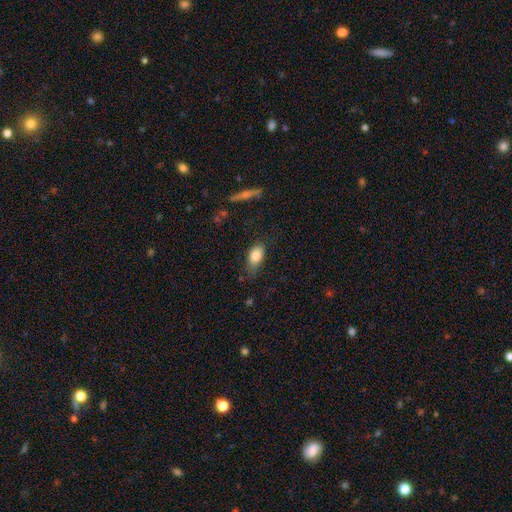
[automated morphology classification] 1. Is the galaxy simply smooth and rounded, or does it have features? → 81% smooth, 11% featured or disk, 8% star or artifact.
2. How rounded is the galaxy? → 87% in between, 7% round, 6% cigar-shaped.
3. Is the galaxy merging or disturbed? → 67% none, 26% minor disturbance, 6% major disturbance, 2% merger.